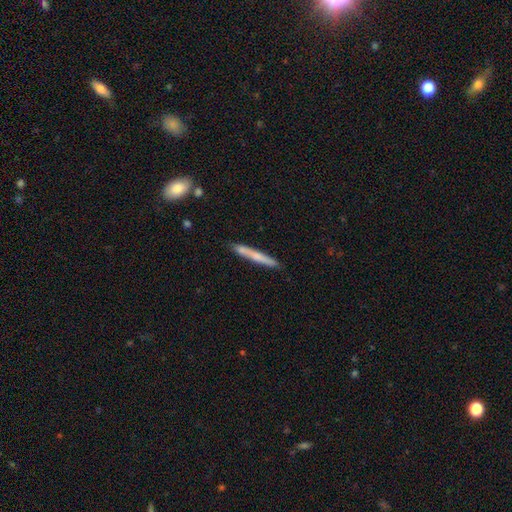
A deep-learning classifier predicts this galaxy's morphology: This appears to be a smooth galaxy with no disk features (59%) that is cigar-shaped (96%). Merging: none (84%).